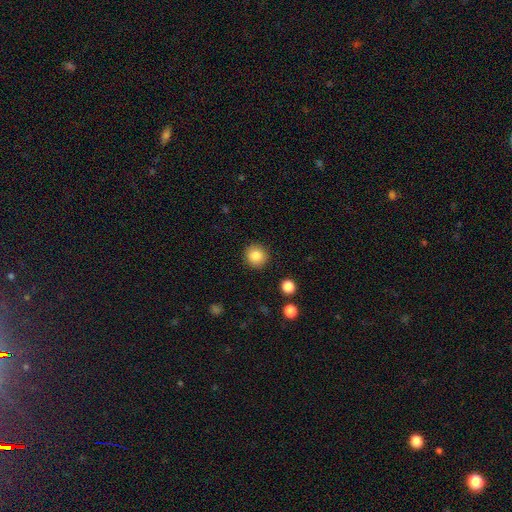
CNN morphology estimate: type=smooth (85%); roundness=round (92%); merging=none (91%).